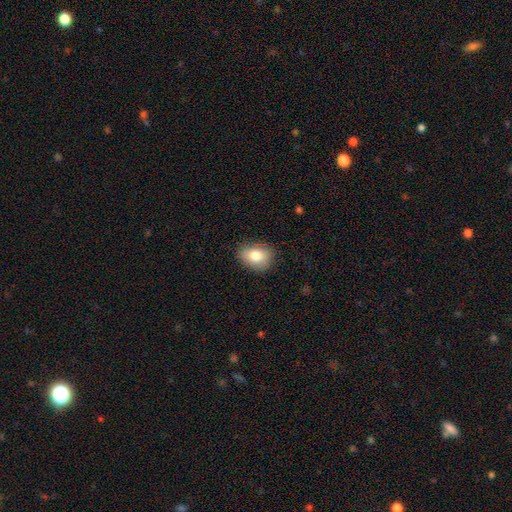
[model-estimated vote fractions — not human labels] This appears to be a smooth galaxy with no disk features (81%) that is in between round and cigar-shaped (70%). Merging: none (80%).